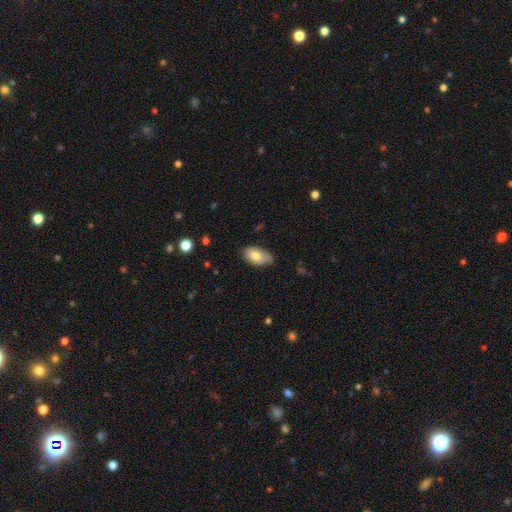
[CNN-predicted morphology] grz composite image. It shows a smooth galaxy with no disk features (75%) that is in between round and cigar-shaped (93%). Merging: none (61%).